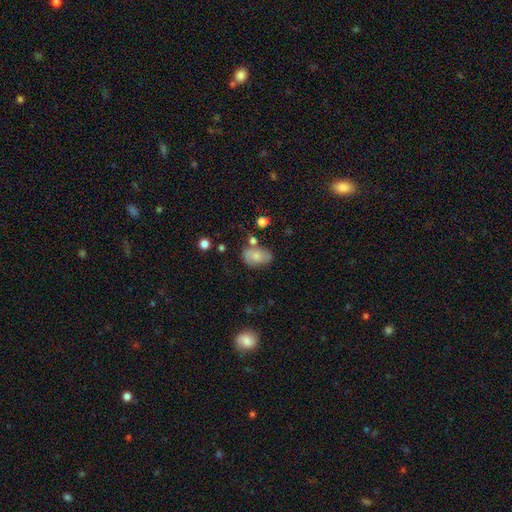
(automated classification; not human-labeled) smooth 64%, featured or disk 27%, star or artifact 9%. Down the decision tree: how rounded — in between (85%); merging — none (56%).